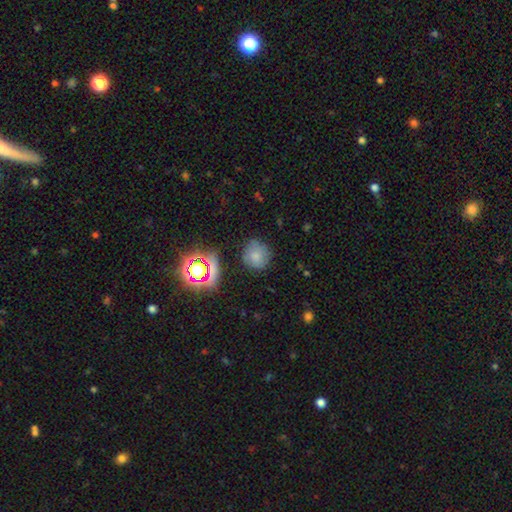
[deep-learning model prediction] Smooth or featured? Predicted: smooth (p=0.71). How rounded? Predicted: round (p=0.86). Merging? Predicted: none (p=0.74).